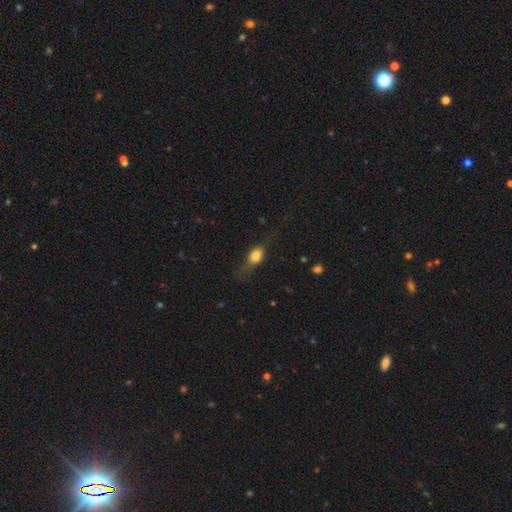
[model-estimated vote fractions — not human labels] smooth-or-featured: smooth: 74% | featured or disk: 17% | star or artifact: 9%
  how-rounded: in between: 72% | round: 20% | cigar-shaped: 8%
  merging: none: 48% | minor disturbance: 28% | major disturbance: 21% | merger: 2%